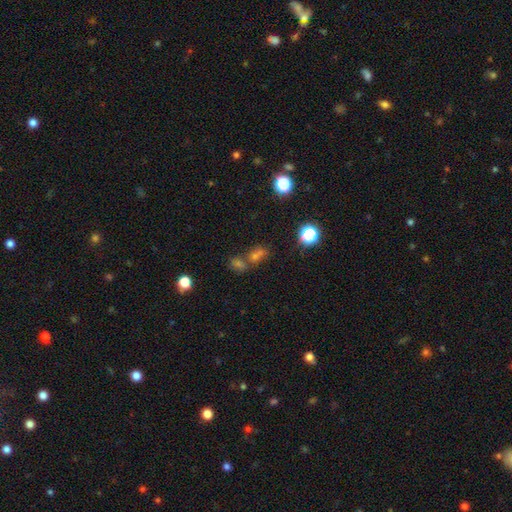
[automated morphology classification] Smooth or featured? Predicted: smooth (p=0.52). How rounded? Predicted: in between (p=0.54). Merging? Predicted: merger (p=0.48).